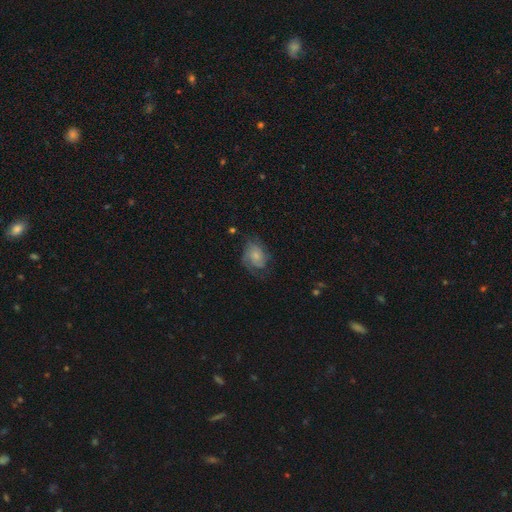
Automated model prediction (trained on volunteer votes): smooth-or-featured: smooth: 47% | featured or disk: 45% | star or artifact: 8%
  merging: none: 52% | minor disturbance: 27% | major disturbance: 20% | merger: 2%